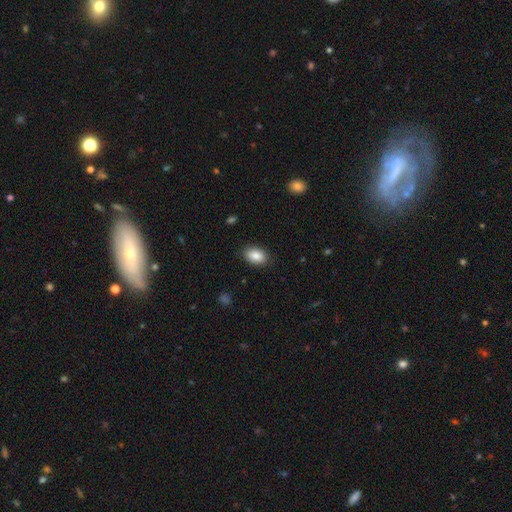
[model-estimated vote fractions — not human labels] This appears to be a smooth galaxy with no disk features (87%) that is in between round and cigar-shaped (90%). Merging: none (87%).